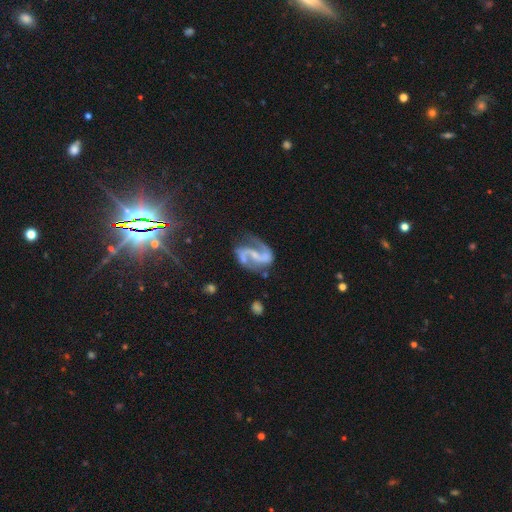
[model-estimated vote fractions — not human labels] smooth_or_featured: featured or disk (p=0.90) [alt: star or artifact p=0.06]
disk_edge_on: no (p=0.98) [alt: yes p=0.02]
bar: strong (p=0.39) [alt: weak p=0.37]
has_spiral_arms: yes (p=0.97) [alt: no p=0.03]
spiral_winding: medium (p=0.50) [alt: loose p=0.38]
spiral_arm_count: 2 (p=0.93) [alt: 1 p=0.02]
bulge_size: small (p=0.54) [alt: none p=0.25]
merging: none (p=0.67) [alt: minor disturbance p=0.18]